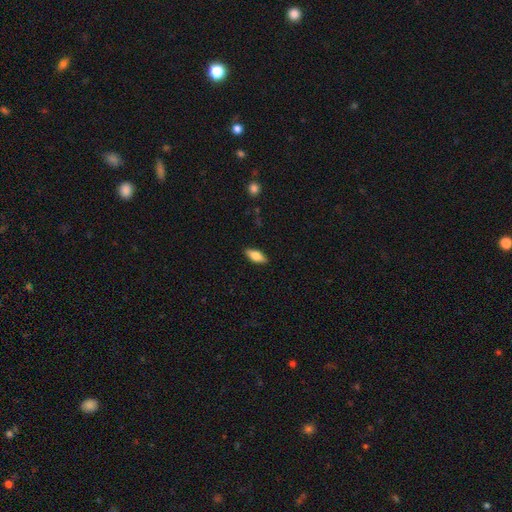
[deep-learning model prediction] Smooth or featured? smooth (71%)
How rounded? in between (77%)
Merging? none (88%)